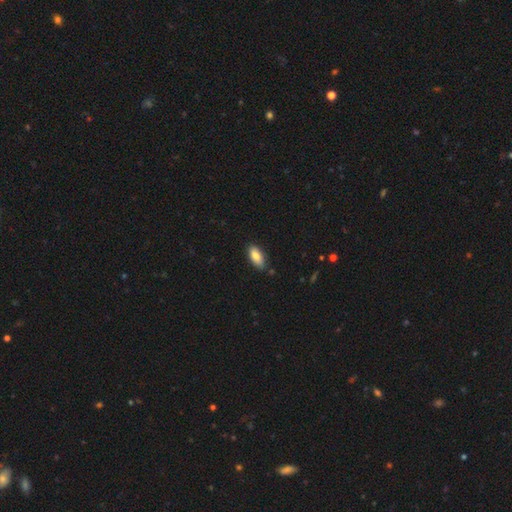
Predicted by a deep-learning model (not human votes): Smooth or featured? Predicted: smooth (p=0.85). How rounded? Predicted: in between (p=0.88). Merging? Predicted: none (p=0.81).